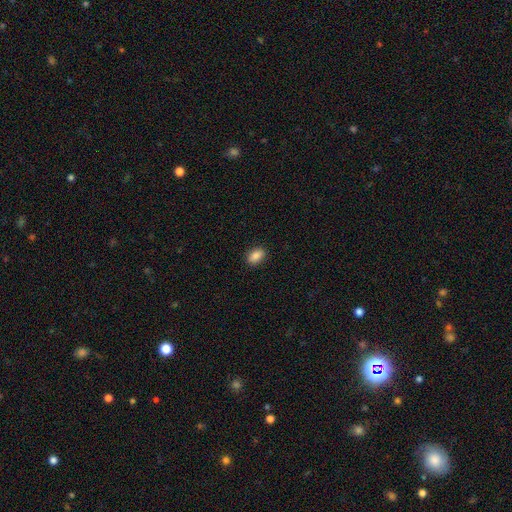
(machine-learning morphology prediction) A smooth galaxy with no disk features (88%) that is in between round and cigar-shaped (88%). Merging: none (90%).